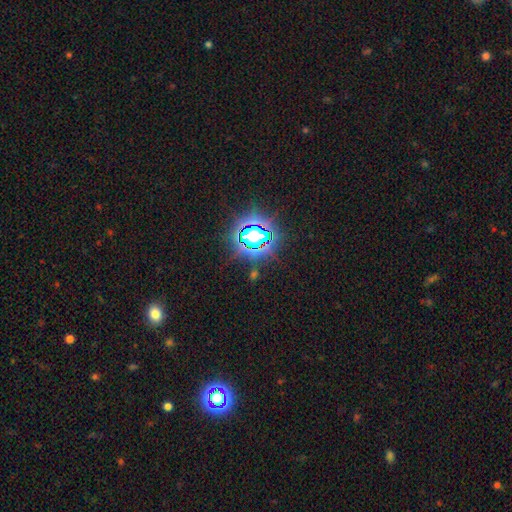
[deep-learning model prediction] A star or artifact, not a galaxy (80%).